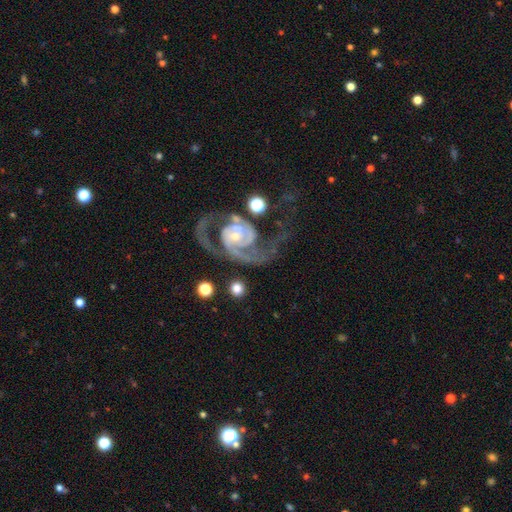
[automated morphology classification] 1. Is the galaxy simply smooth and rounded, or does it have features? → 90% featured or disk, 6% star or artifact, 4% smooth.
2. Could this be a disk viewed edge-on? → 98% no, 2% yes.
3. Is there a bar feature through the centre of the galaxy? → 59% no, 29% weak, 12% strong.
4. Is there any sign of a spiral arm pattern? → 97% yes, 3% no.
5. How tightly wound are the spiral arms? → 51% medium, 31% tight, 17% loose.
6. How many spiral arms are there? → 82% 2, 5% 1, 5% can't tell, 4% 3, 2% 4, 2% more than 4.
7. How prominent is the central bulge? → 69% small, 23% moderate, 5% none, 2% large, 1% dominant.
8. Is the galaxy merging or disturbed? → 51% none, 25% major disturbance, 17% minor disturbance, 8% merger.